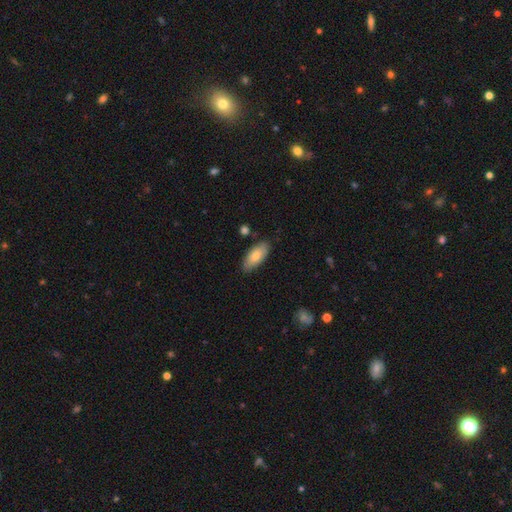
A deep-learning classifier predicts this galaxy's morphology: Smooth or featured: smooth — 80% (featured or disk — 15%)
How rounded: in between — 88% (cigar-shaped — 10%)
Merging: none — 82% (minor disturbance — 13%)